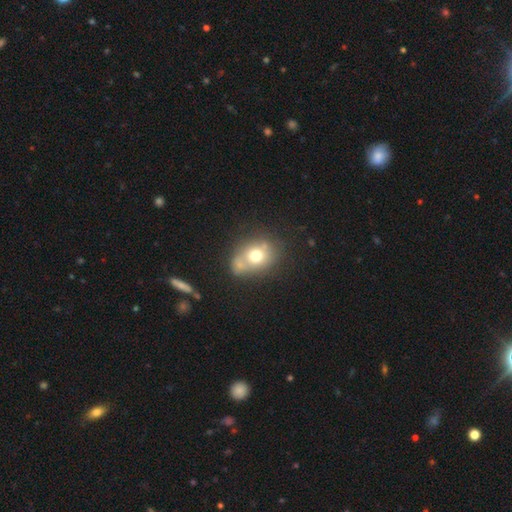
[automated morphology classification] A smooth galaxy with no disk features (67%) that is round (53%). Merging: none (48%).